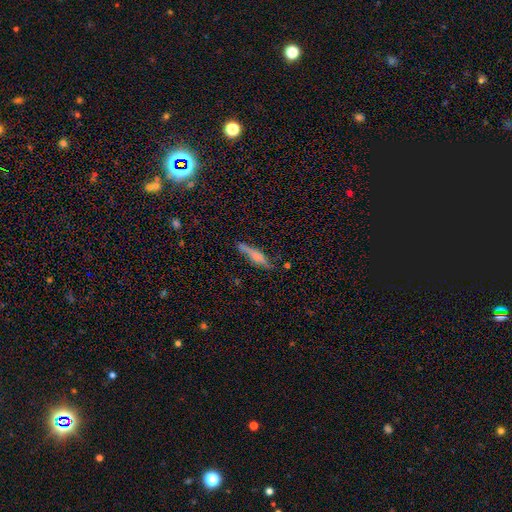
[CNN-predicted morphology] Q: Smooth or featured?
A: smooth (55%); runner-up: featured or disk (37%)
Q: How rounded?
A: cigar-shaped (86%); runner-up: in between (12%)
Q: Merging?
A: none (72%); runner-up: minor disturbance (20%)